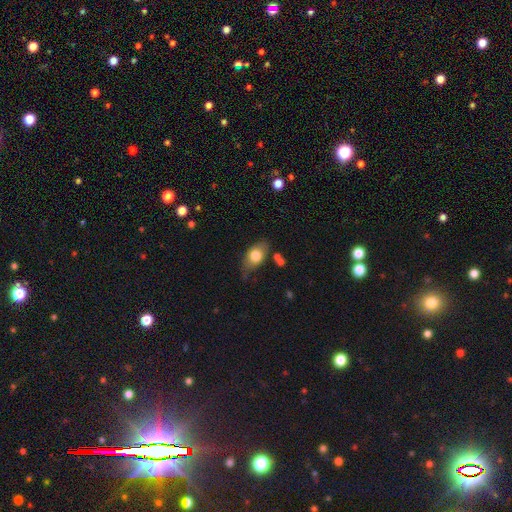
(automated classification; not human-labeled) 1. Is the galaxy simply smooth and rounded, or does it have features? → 74% smooth, 18% featured or disk, 7% star or artifact.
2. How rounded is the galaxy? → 84% in between, 13% round, 3% cigar-shaped.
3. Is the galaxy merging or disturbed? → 66% none, 23% minor disturbance, 7% major disturbance, 4% merger.